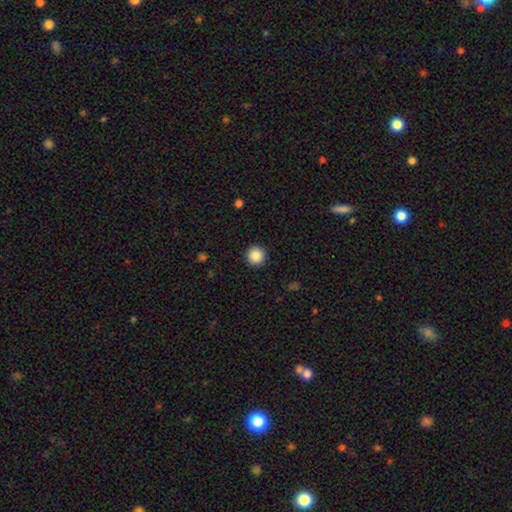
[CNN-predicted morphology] smooth_or_featured: smooth (p=0.88) [alt: star or artifact p=0.09]
how_rounded: round (p=0.96) [alt: in between p=0.03]
merging: none (p=0.93) [alt: minor disturbance p=0.05]